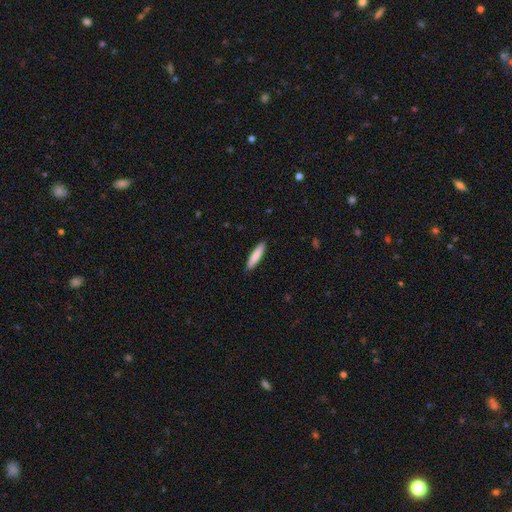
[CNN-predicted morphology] Smooth or featured: smooth — 83% (featured or disk — 12%)
How rounded: cigar-shaped — 86% (in between — 12%)
Merging: none — 91% (minor disturbance — 6%)